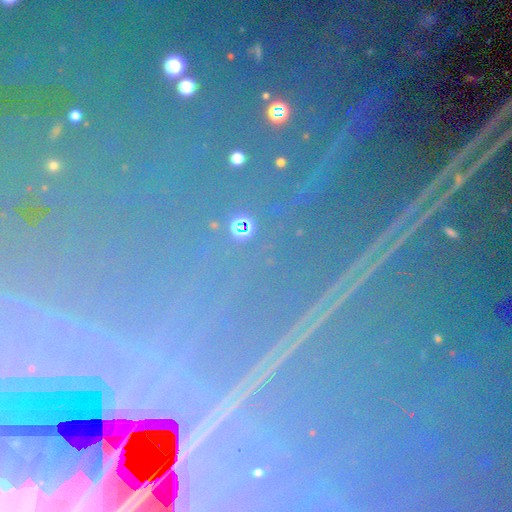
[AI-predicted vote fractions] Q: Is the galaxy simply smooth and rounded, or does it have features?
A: star or artifact — 87%.